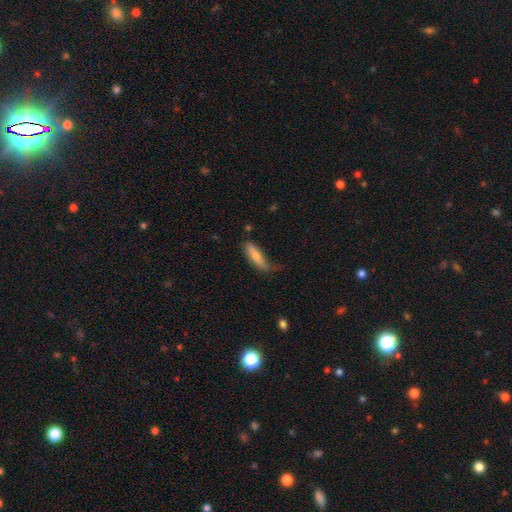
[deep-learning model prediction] Smooth or featured? Predicted: smooth (p=0.71). How rounded? Predicted: cigar-shaped (p=0.64). Merging? Predicted: none (p=0.53).